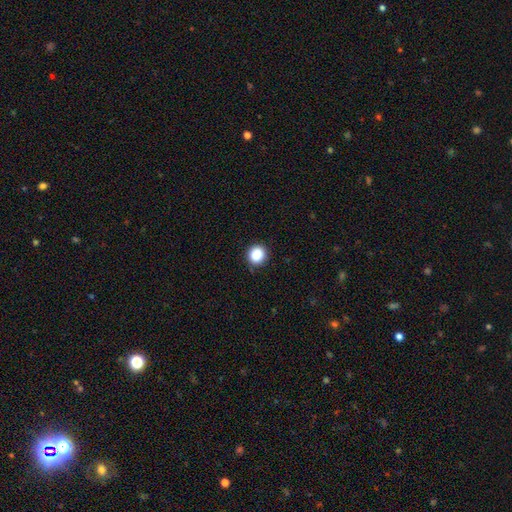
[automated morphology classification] This is clearly a smooth galaxy (86%). How rounded: clearly round (91%). Merging: clearly none (89%).